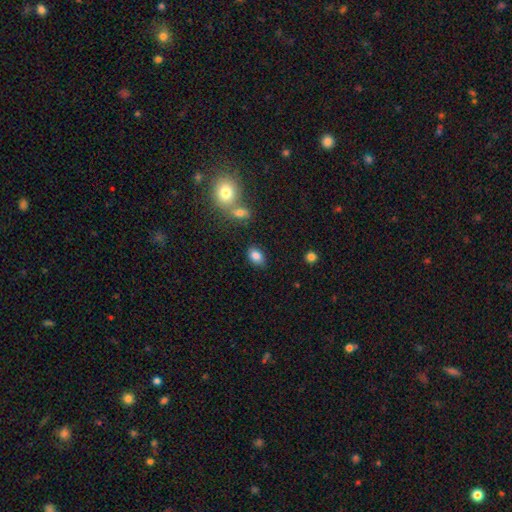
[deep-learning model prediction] This appears to be a smooth galaxy with no disk features (84%) that is in between round and cigar-shaped (82%). Merging: none (80%).